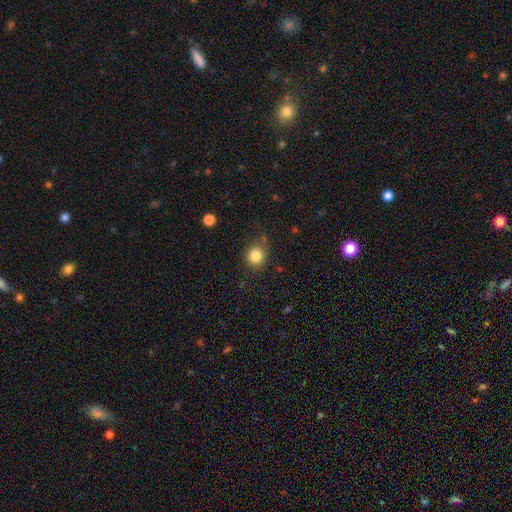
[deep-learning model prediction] The model was most divided on "merging": none: 75%, minor disturbance: 17%, major disturbance: 5%, merger: 3%. More confident: smooth or featured — smooth (83%); how rounded — round (81%).